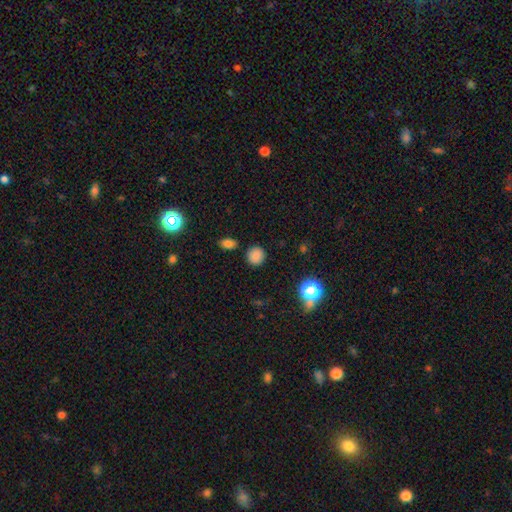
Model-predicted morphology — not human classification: A smooth galaxy with no disk features (82%) that is round (89%). Merging: none (87%).